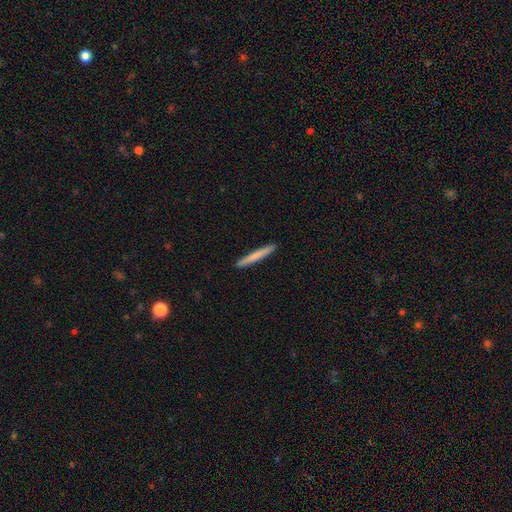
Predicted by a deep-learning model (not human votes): Smooth or featured? smooth (73%)
How rounded? cigar-shaped (97%)
Merging? none (93%)